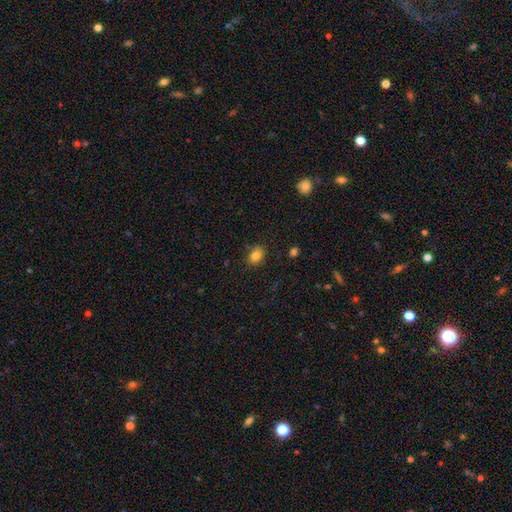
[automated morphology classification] A smooth galaxy with no disk features (82%) that is in between round and cigar-shaped (63%). Merging: none (85%).